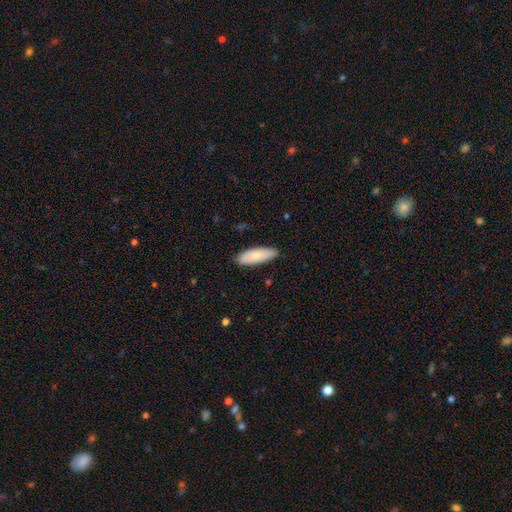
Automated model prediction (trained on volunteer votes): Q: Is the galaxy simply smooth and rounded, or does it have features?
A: smooth — 80%.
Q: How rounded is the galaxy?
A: in between — 63%.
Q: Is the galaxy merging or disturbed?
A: none — 87%.